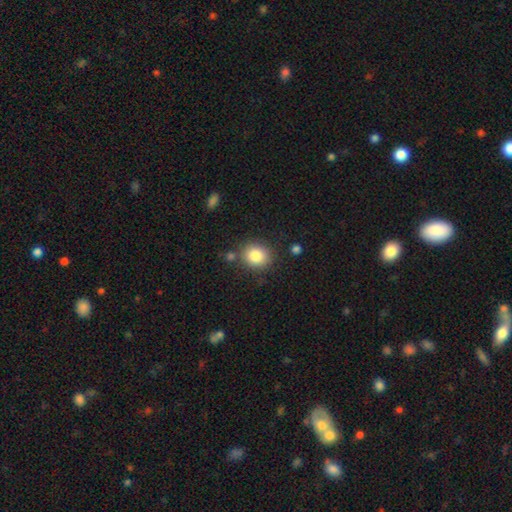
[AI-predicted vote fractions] Q: Smooth or featured?
A: smooth (84%); runner-up: star or artifact (9%)
Q: How rounded?
A: round (75%); runner-up: in between (24%)
Q: Merging?
A: none (81%); runner-up: minor disturbance (10%)